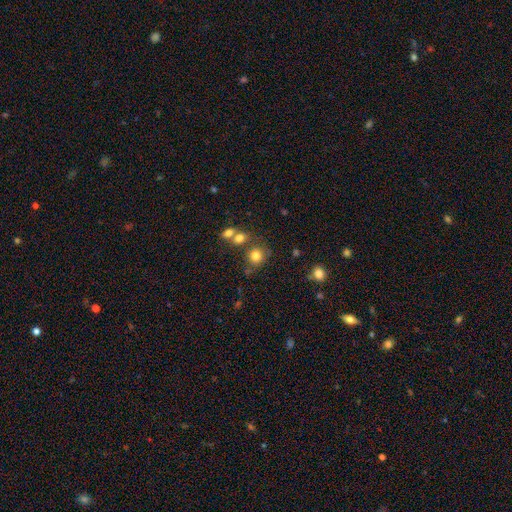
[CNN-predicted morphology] smooth-or-featured: smooth: 79% | star or artifact: 13% | featured or disk: 8%
  how-rounded: round: 84% | in between: 15% | cigar-shaped: 1%
  merging: none: 66% | merger: 19% | minor disturbance: 11% | major disturbance: 5%